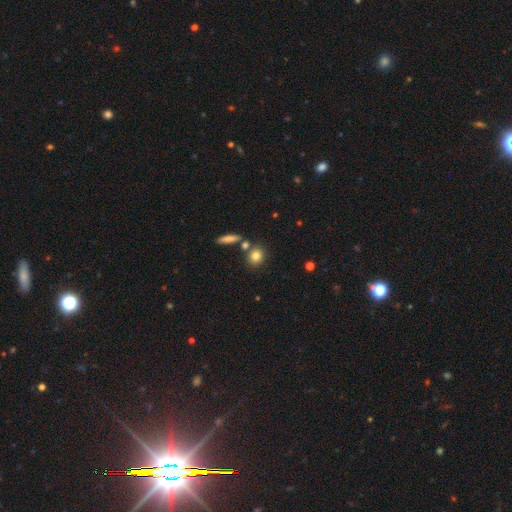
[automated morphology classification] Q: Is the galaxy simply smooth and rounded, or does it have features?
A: smooth — 81%.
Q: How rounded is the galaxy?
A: round — 69%.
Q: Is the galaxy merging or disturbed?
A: none — 71%.